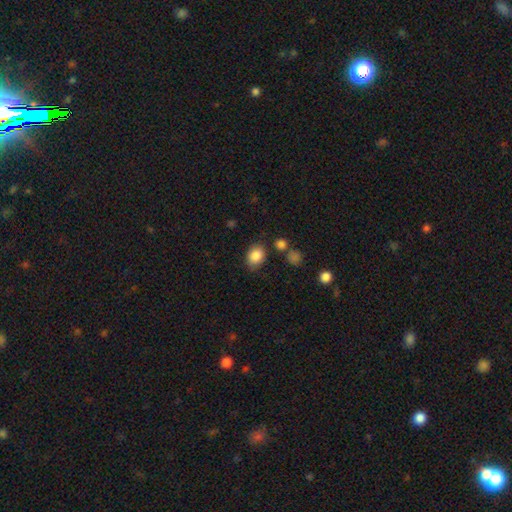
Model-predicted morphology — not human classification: Smooth or featured? smooth (86%)
How rounded? in between (56%)
Merging? none (75%)